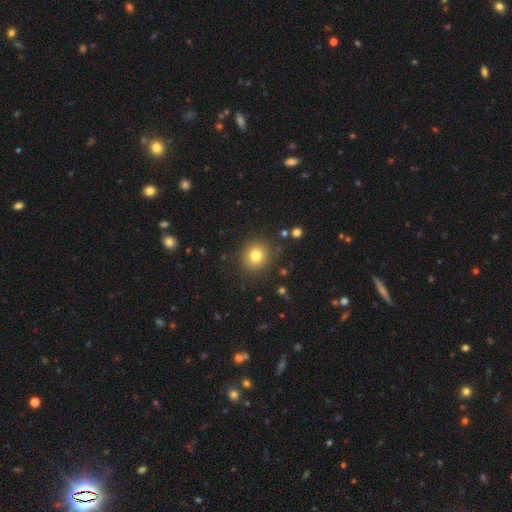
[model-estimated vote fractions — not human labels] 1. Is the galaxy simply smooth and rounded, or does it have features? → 79% smooth, 13% star or artifact, 8% featured or disk.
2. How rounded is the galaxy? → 90% round, 9% in between, 1% cigar-shaped.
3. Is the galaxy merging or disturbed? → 88% none, 7% minor disturbance, 3% major disturbance, 2% merger.